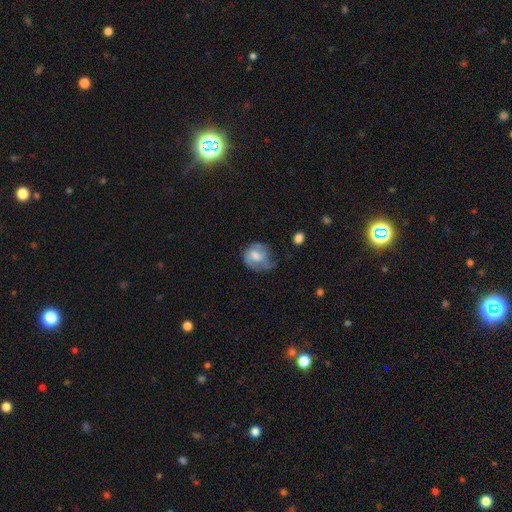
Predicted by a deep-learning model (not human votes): The model was most divided on "merging": none: 38%, minor disturbance: 34%, major disturbance: 26%, merger: 3%. Remaining: smooth or featured — smooth (50%).